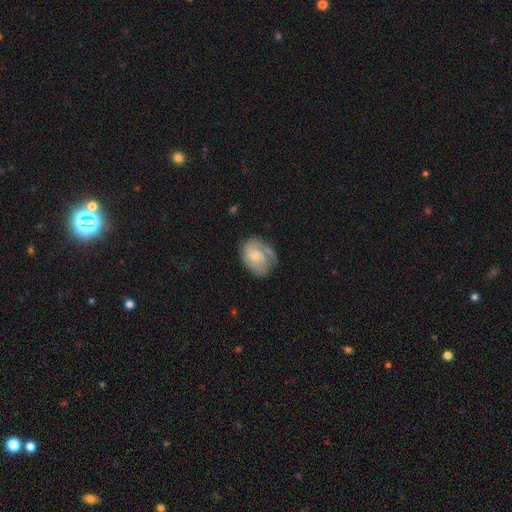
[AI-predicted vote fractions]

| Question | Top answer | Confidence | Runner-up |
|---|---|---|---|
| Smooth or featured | featured or disk | 66% | smooth (28%) |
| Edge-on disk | no | 97% | yes (3%) |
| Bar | no | 68% | weak (28%) |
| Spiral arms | yes | 89% | no (11%) |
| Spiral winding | tight | 49% | medium (37%) |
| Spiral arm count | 2 | 43% | 1 (28%) |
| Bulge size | small | 45% | moderate (36%) |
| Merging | none | 63% | minor disturbance (23%) |